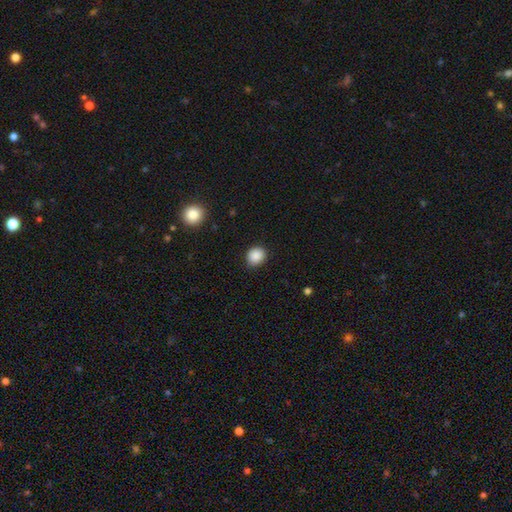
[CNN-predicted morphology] type=smooth (88%); roundness=round (75%); merging=none (88%).